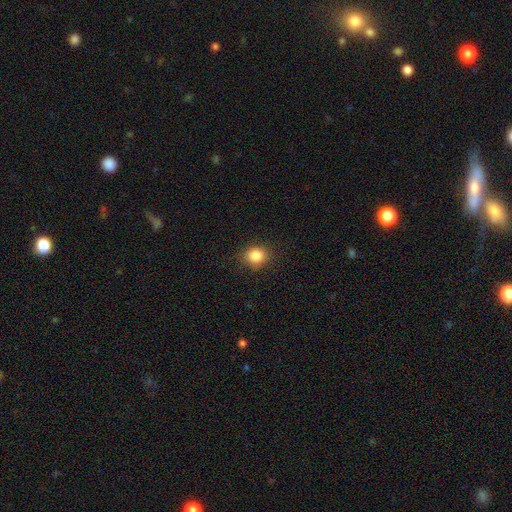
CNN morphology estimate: smooth_or_featured: smooth (p=0.85) [alt: star or artifact p=0.10]
how_rounded: round (p=0.79) [alt: in between p=0.20]
merging: none (p=0.86) [alt: minor disturbance p=0.10]